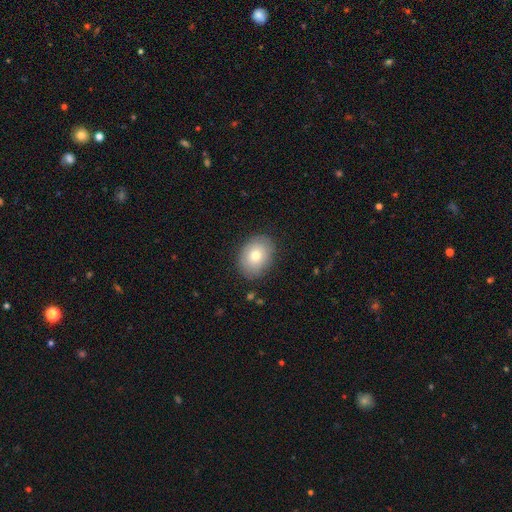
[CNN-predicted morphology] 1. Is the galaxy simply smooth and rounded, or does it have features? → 74% smooth, 18% featured or disk, 8% star or artifact.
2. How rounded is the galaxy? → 66% in between, 33% round, 1% cigar-shaped.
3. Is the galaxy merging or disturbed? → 84% none, 12% minor disturbance, 3% major disturbance, 1% merger.